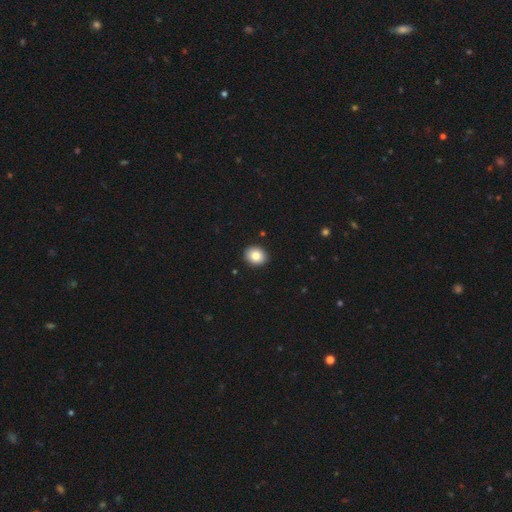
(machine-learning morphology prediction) Q: Smooth or featured?
A: smooth (84%); runner-up: star or artifact (8%)
Q: How rounded?
A: round (58%); runner-up: in between (41%)
Q: Merging?
A: none (91%); runner-up: minor disturbance (6%)